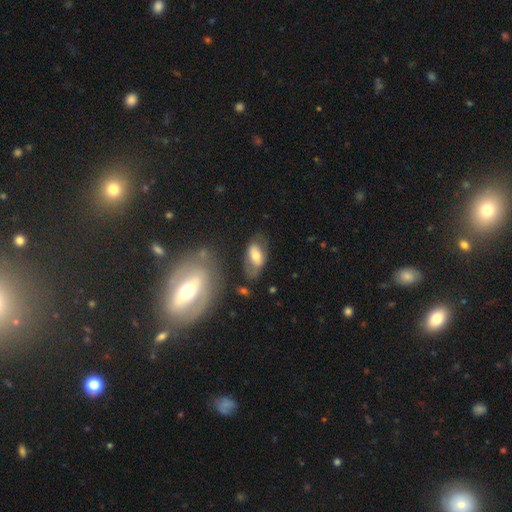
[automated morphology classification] smooth 55%, featured or disk 38%, star or artifact 7%. Down the decision tree: how rounded — in between (90%); merging — none (60%).